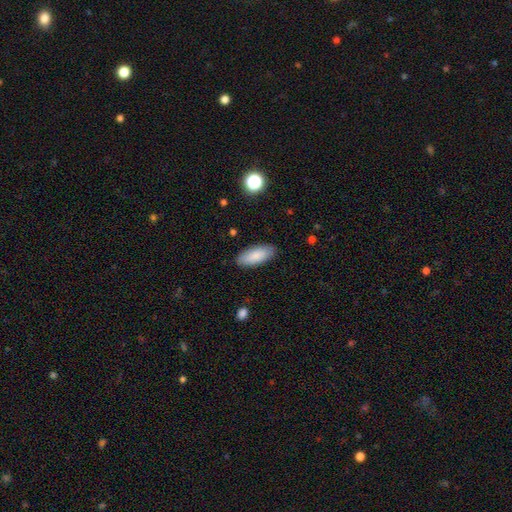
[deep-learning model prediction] A smooth galaxy with no disk features (87%) that is in between round and cigar-shaped (84%). Merging: none (88%).